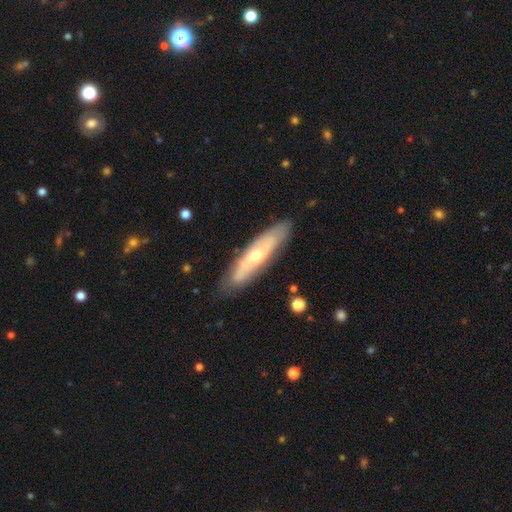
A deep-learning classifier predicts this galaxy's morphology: A featured or disk galaxy (57%). Merging: none (83%).